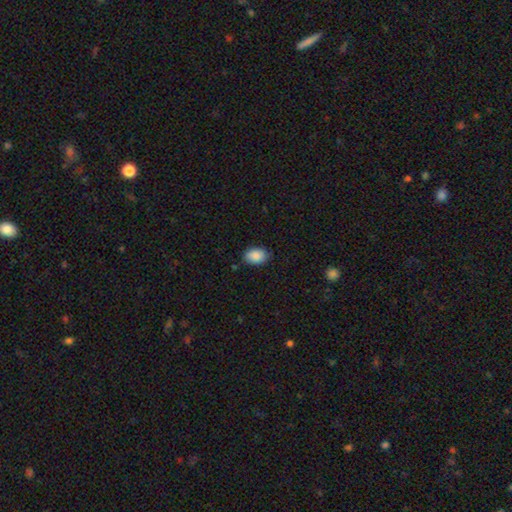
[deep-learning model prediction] Overall: smooth (88%). How rounded: in between (84%). Merging: none (80%).